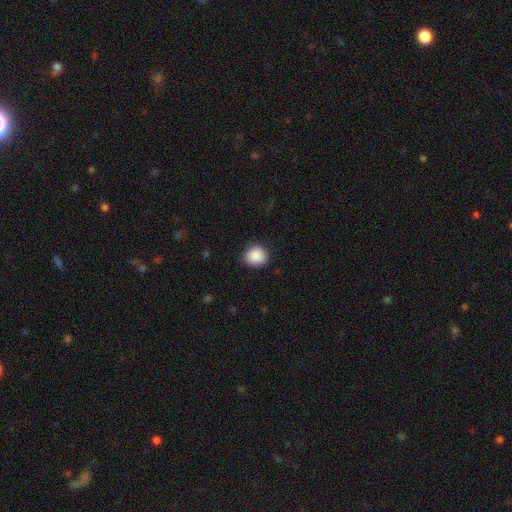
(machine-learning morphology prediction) A smooth galaxy with no disk features (88%) that is round (77%). Merging: none (85%).